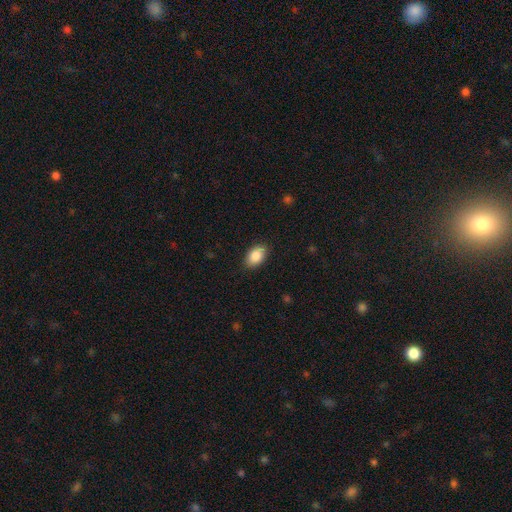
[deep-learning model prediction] Smooth or featured: smooth — 87% (star or artifact — 7%)
How rounded: in between — 90% (round — 9%)
Merging: none — 86% (minor disturbance — 10%)